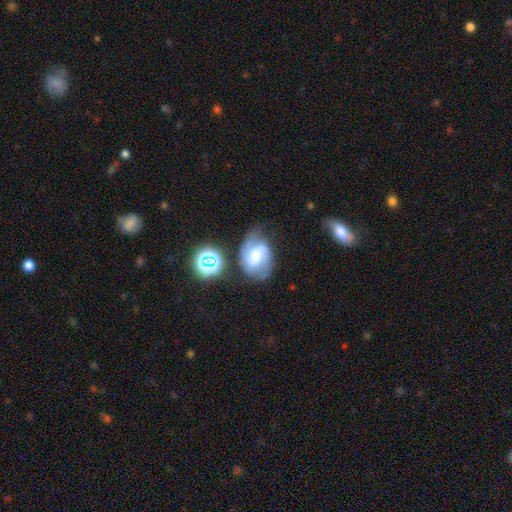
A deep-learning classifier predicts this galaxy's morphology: featured or disk 59%, smooth 30%, star or artifact 12%. Down the decision tree: edge-on disk — no (97%); bar — no (45%); spiral arms — yes (89%); spiral arm count — 2 (74%); spiral winding — medium (48%); bulge size — moderate (33%); merging — none (48%).